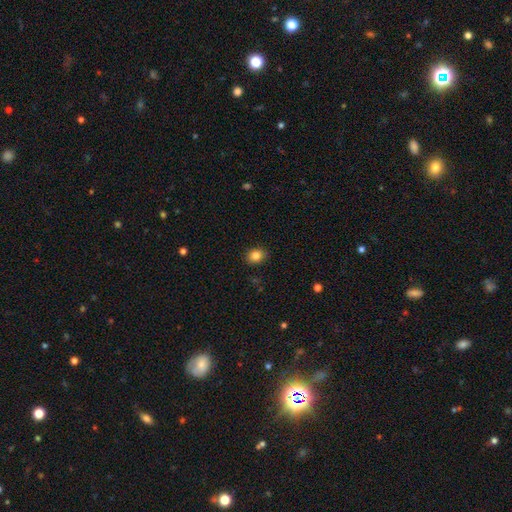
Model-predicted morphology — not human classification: Overall: smooth (84%). How rounded: round (52%; in between 47%). Merging: none (88%).